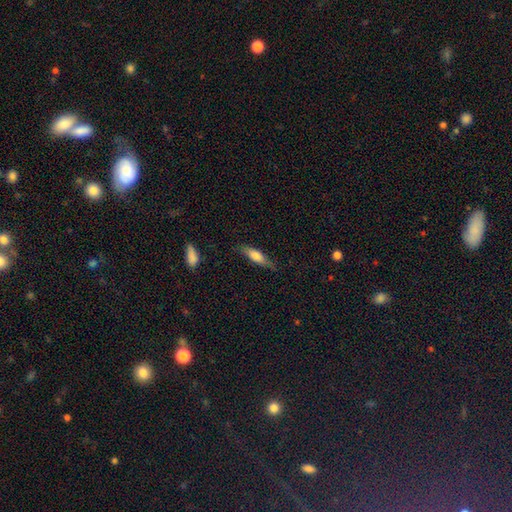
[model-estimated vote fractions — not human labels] Q: Smooth or featured?
A: smooth (64%); runner-up: featured or disk (30%)
Q: How rounded?
A: cigar-shaped (61%); runner-up: in between (37%)
Q: Merging?
A: none (73%); runner-up: minor disturbance (20%)